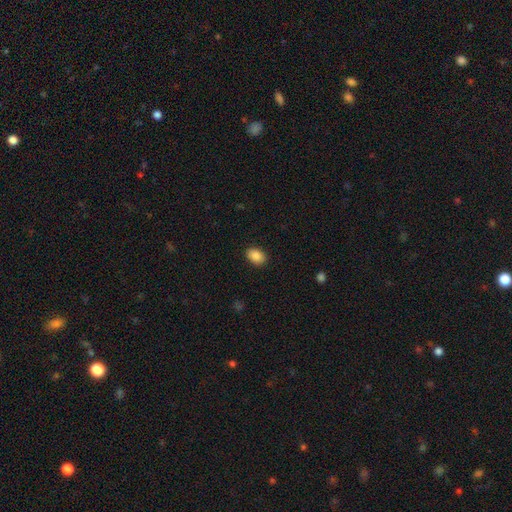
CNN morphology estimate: The model was most divided on "how rounded": in between: 80%, round: 19%, cigar-shaped: 1%. More confident: merging — none (89%); smooth or featured — smooth (88%).